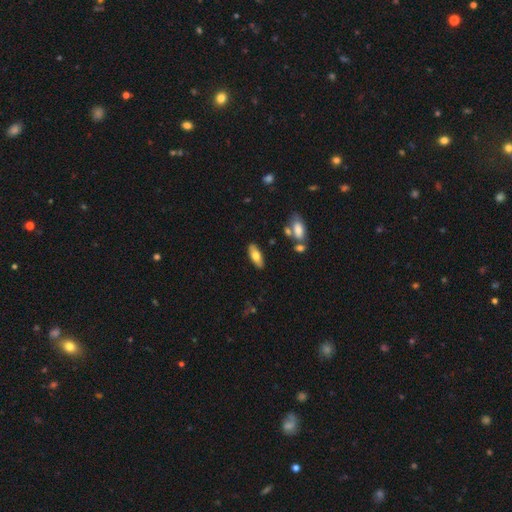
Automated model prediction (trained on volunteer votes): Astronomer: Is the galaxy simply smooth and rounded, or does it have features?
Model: smooth — 71%.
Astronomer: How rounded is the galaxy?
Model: in between — 75%.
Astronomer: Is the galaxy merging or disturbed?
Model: none — 84%.